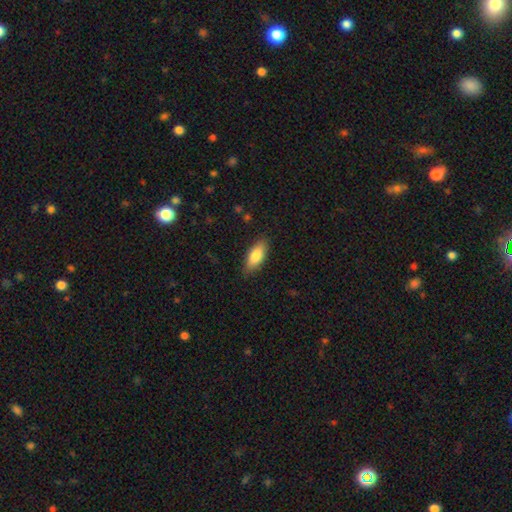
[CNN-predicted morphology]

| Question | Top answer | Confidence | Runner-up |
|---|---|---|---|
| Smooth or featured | smooth | 82% | featured or disk (12%) |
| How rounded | in between | 81% | cigar-shaped (17%) |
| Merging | none | 85% | minor disturbance (11%) |